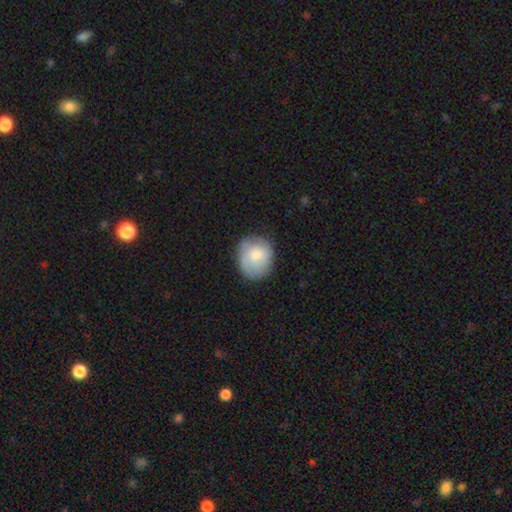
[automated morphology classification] smooth-or-featured: smooth: 72% | featured or disk: 21% | star or artifact: 6%
  how-rounded: round: 67% | in between: 32% | cigar-shaped: 1%
  merging: none: 71% | minor disturbance: 21% | major disturbance: 6% | merger: 1%